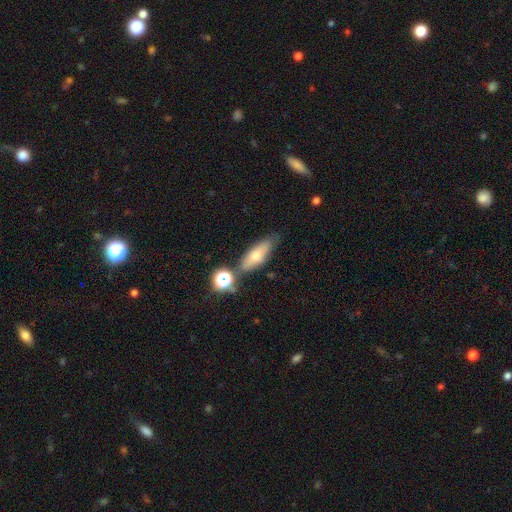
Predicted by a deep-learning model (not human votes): The model was most divided on "how rounded": in between: 59%, cigar-shaped: 36%, round: 5%. More confident: merging — none (68%); smooth or featured — smooth (61%).